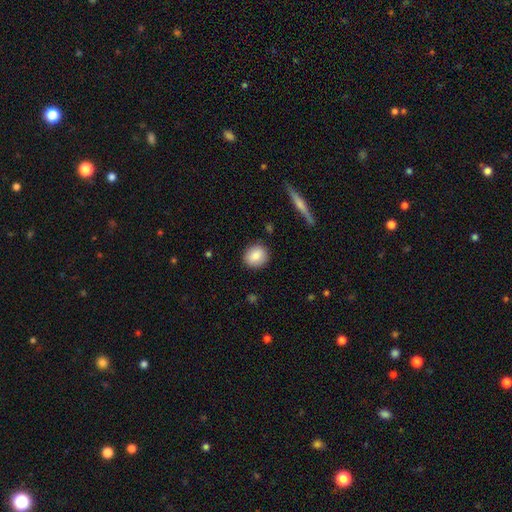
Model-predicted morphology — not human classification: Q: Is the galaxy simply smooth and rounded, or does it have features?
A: smooth — 86%.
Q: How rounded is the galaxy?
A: round — 77%.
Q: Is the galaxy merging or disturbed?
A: none — 88%.